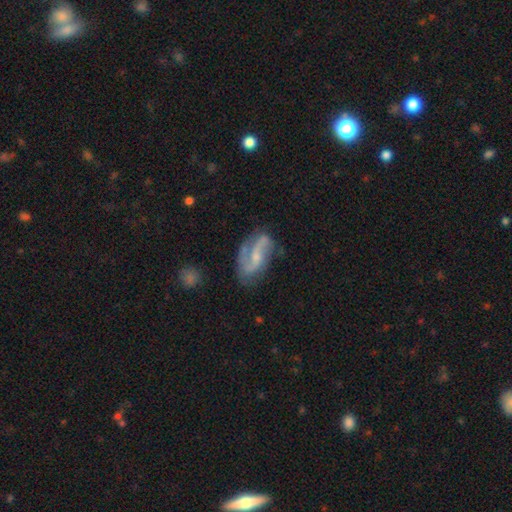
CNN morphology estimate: Smooth or featured: featured or disk — 83% (smooth — 11%)
Edge-on disk: no — 96% (yes — 4%)
Bar: weak — 44% (no — 35%)
Spiral arms: yes — 95% (no — 5%)
Spiral winding: loose — 47% (medium — 40%)
Spiral arm count: 2 — 86% (1 — 6%)
Bulge size: small — 60% (moderate — 28%)
Merging: none — 66% (minor disturbance — 21%)